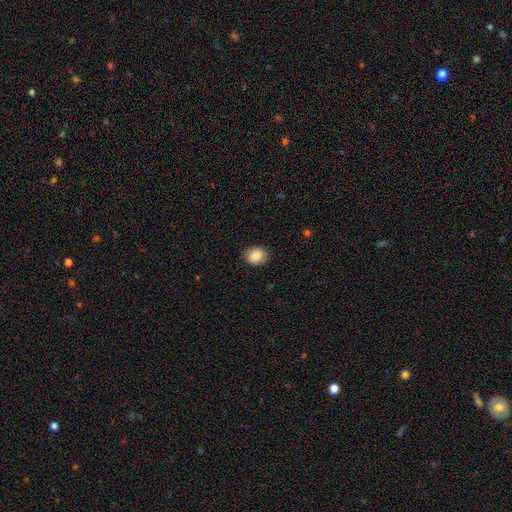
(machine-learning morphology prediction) This is clearly a smooth galaxy (88%). How rounded: likely round (62%). Merging: clearly none (86%).